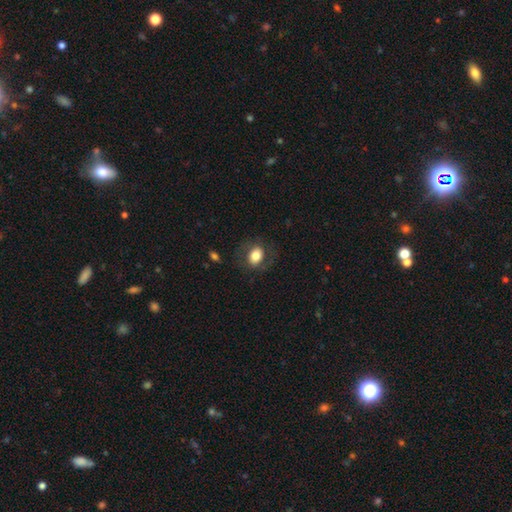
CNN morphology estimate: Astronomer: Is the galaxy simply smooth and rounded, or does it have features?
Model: smooth — 74%.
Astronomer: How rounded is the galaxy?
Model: in between — 64%.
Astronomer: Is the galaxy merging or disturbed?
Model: none — 77%.